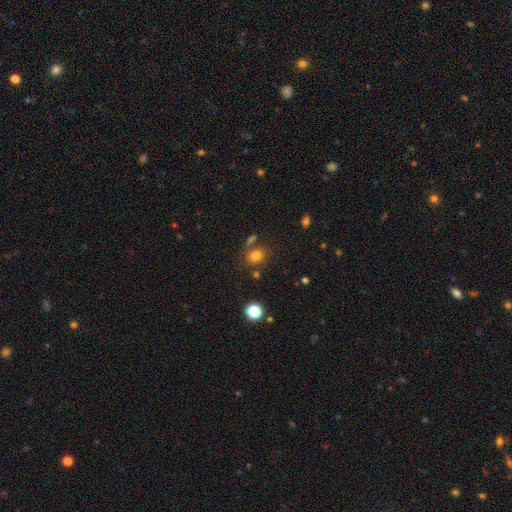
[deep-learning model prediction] Smooth or featured? Predicted: smooth (p=0.78). How rounded? Predicted: round (p=0.63). Merging? Predicted: none (p=0.68).